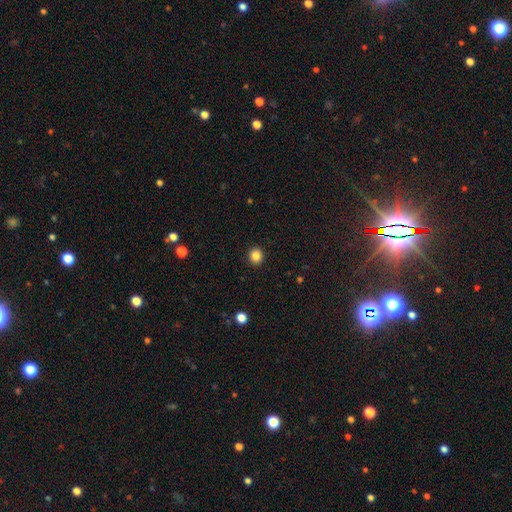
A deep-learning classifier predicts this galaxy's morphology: Smooth or featured: smooth — 85% (star or artifact — 11%)
How rounded: round — 88% (in between — 11%)
Merging: none — 93% (minor disturbance — 5%)